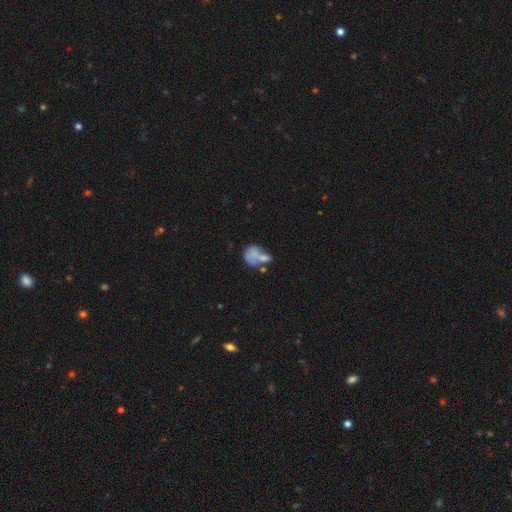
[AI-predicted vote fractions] The model was most divided on "how rounded": in between: 59%, round: 39%, cigar-shaped: 2%. Remaining: smooth or featured — smooth (60%); merging — merger (49%).